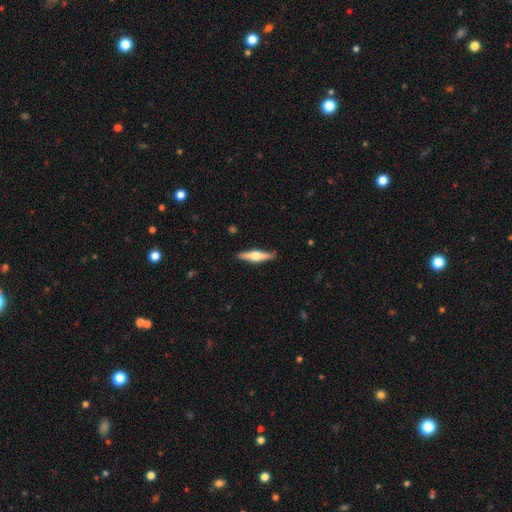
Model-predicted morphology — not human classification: The model was most divided on "smooth or featured": featured or disk: 60%, smooth: 35%, star or artifact: 5%. More confident: edge-on disk — yes (96%); edge-on bulge — rounded (91%); merging — none (88%).